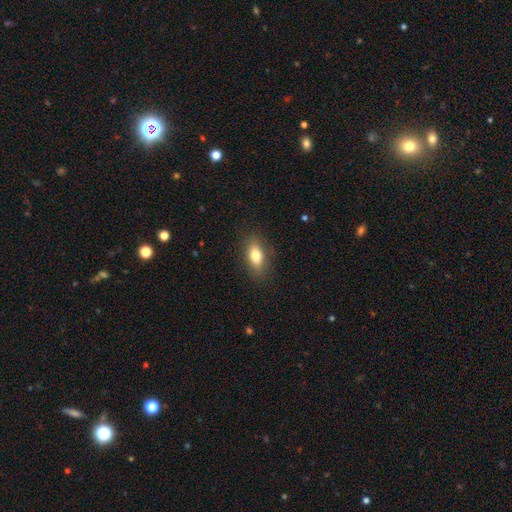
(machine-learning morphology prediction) Overall: smooth (77%). How rounded: in between (79%). Merging: none (85%).